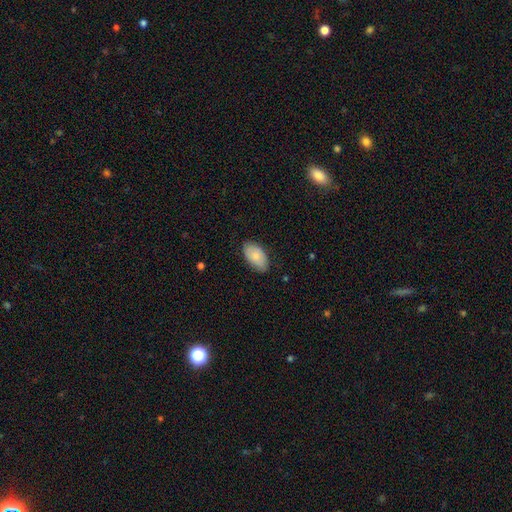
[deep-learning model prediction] Morphology: type=smooth (79%); roundness=in between (95%); merging=none (81%).